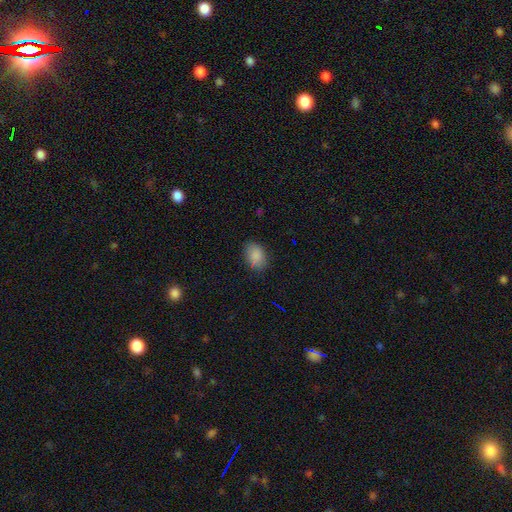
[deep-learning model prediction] smooth 86%, star or artifact 9%, featured or disk 5%. Down the decision tree: how rounded — in between (75%); merging — none (82%).